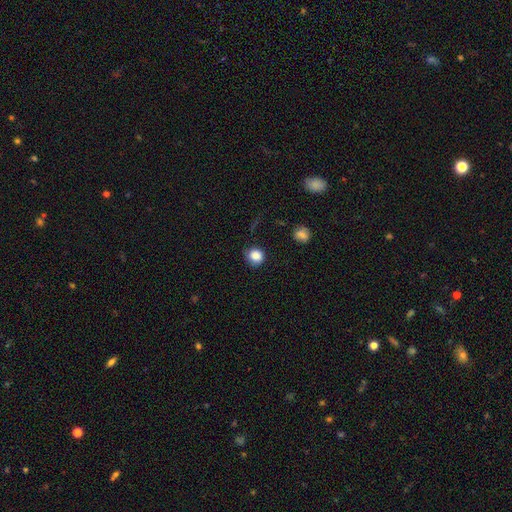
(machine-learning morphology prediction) smooth 86%, star or artifact 10%, featured or disk 4%. Down the decision tree: how rounded — round (85%); merging — none (72%).